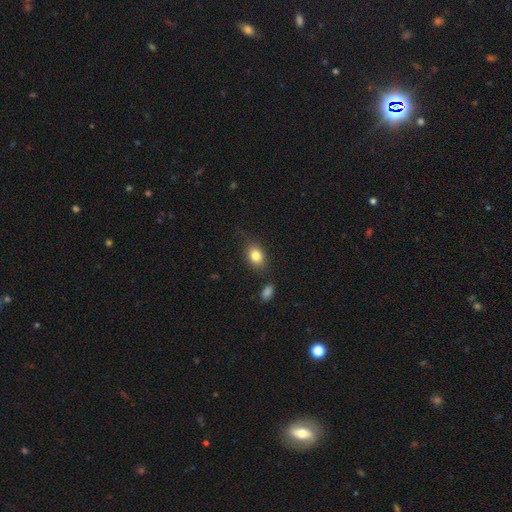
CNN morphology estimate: This is clearly a smooth galaxy (82%). How rounded: likely in between (76%). Merging: likely none (78%).